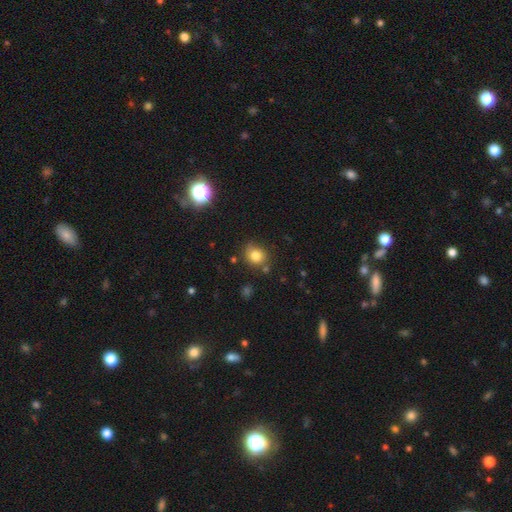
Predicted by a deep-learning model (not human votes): Smooth or featured: smooth — 80% (star or artifact — 12%)
How rounded: round — 76% (in between — 23%)
Merging: none — 73% (minor disturbance — 18%)